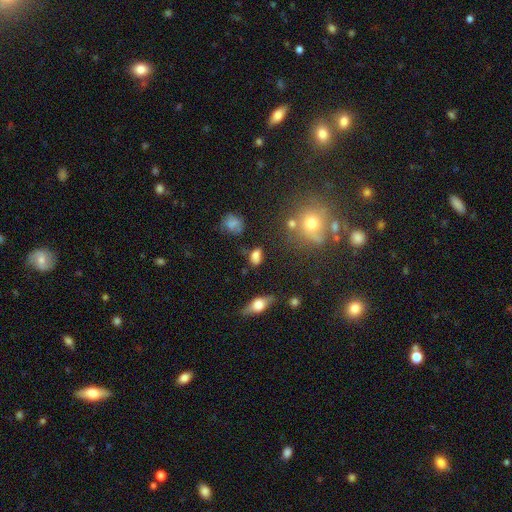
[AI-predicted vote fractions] Smooth or featured?
  - smooth: 69% *
  - featured or disk: 15%
  - star or artifact: 15%
How rounded?
  - in between: 76% *
  - round: 17%
  - cigar-shaped: 7%
Merging?
  - none: 64% *
  - minor disturbance: 18%
  - merger: 10%
  - major disturbance: 7%